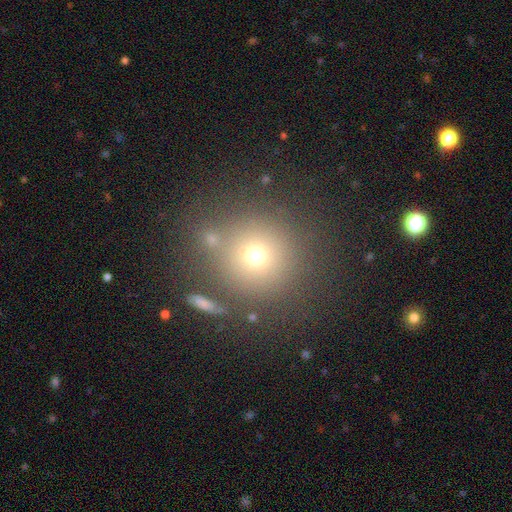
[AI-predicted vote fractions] A smooth galaxy with no disk features (65%) that is round (93%).

Vote fractions:
- Smooth or featured? smooth: 65% / star or artifact: 23% / featured or disk: 12%
- How rounded? round: 93% / in between: 6% / cigar-shaped: 1%
- Merging? none: 77% / merger: 9% / minor disturbance: 9% / major disturbance: 5%